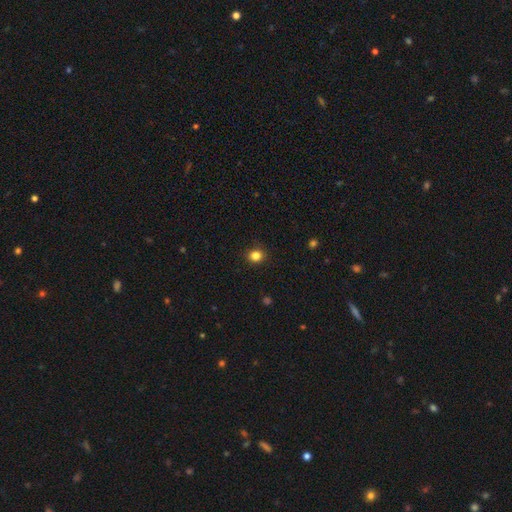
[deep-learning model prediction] The model was most divided on "how rounded": round: 75%, in between: 24%, cigar-shaped: 1%. More confident: merging — none (90%); smooth or featured — smooth (84%).